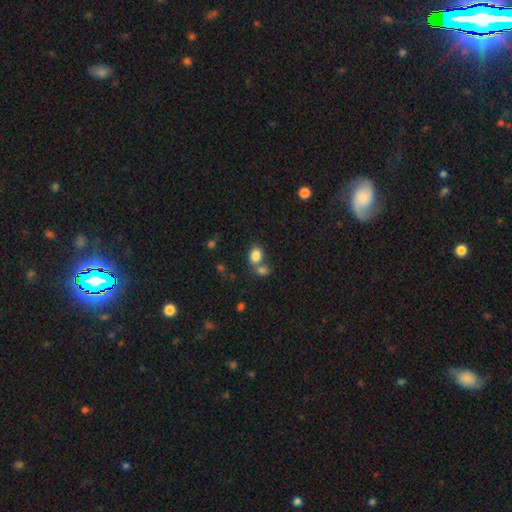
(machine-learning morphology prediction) This appears to be a smooth galaxy with no disk features (83%) that is in between round and cigar-shaped (68%). Merging: merger (45%).